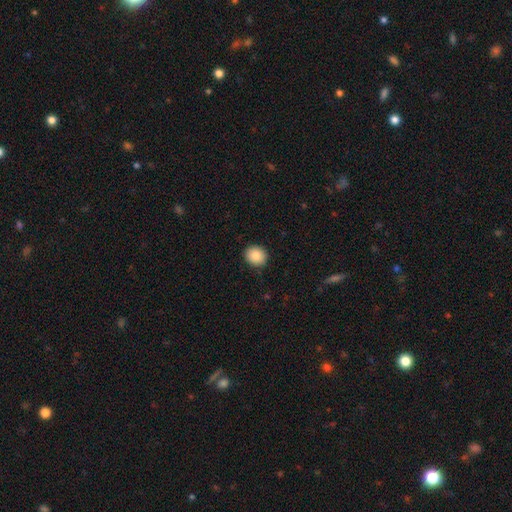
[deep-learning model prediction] Q: Smooth or featured?
A: smooth (87%); runner-up: star or artifact (8%)
Q: How rounded?
A: round (75%); runner-up: in between (24%)
Q: Merging?
A: none (90%); runner-up: minor disturbance (7%)